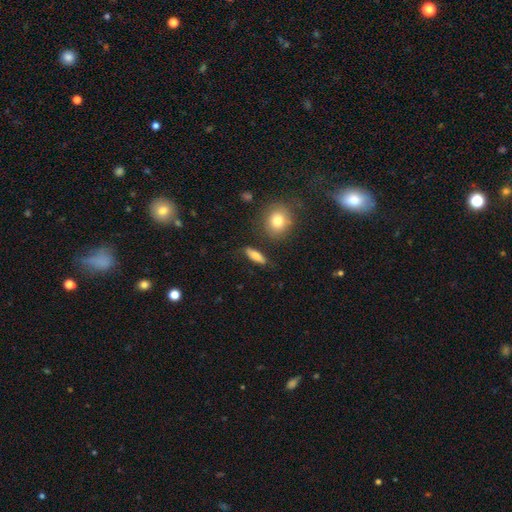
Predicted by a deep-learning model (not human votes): Morphology: type=smooth (75%); roundness=cigar-shaped (48%); merging=none (80%).